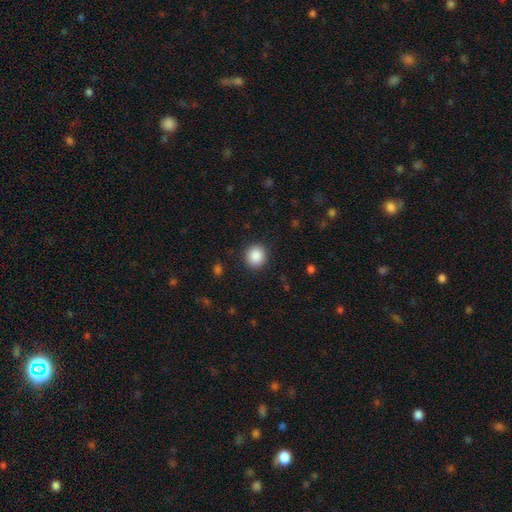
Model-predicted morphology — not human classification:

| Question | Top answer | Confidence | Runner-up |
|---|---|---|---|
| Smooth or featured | smooth | 88% | star or artifact (9%) |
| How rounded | round | 86% | in between (13%) |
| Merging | none | 90% | minor disturbance (7%) |